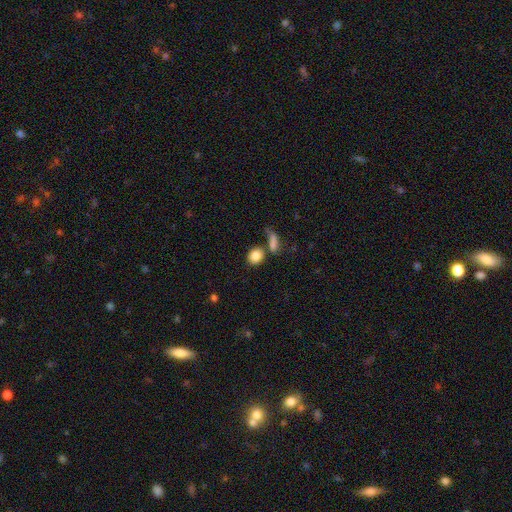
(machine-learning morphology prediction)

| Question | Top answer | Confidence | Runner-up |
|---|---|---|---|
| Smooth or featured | smooth | 84% | star or artifact (9%) |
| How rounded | round | 68% | in between (29%) |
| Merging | none | 59% | merger (24%) |